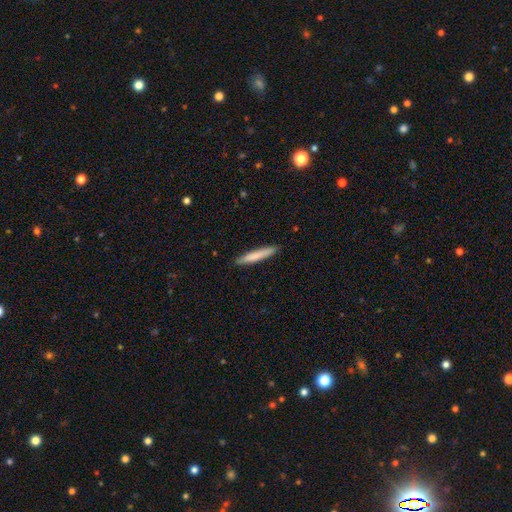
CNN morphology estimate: The model was most divided on "smooth or featured": smooth: 78%, featured or disk: 16%, star or artifact: 6%. More confident: how rounded — cigar-shaped (94%); merging — none (90%).